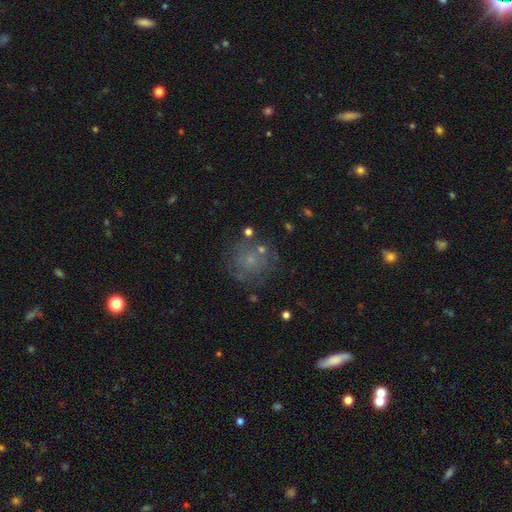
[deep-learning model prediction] Smooth or featured? smooth (44%)
Merging? none (68%)